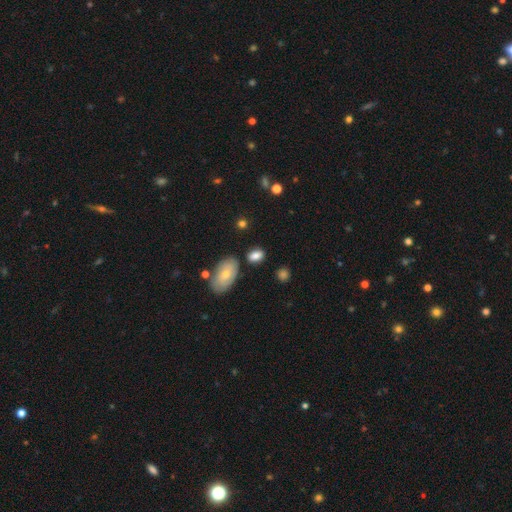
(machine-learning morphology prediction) smooth_or_featured: smooth (p=0.80) [alt: featured or disk p=0.11]
how_rounded: in between (p=0.81) [alt: round p=0.16]
merging: none (p=0.75) [alt: minor disturbance p=0.15]